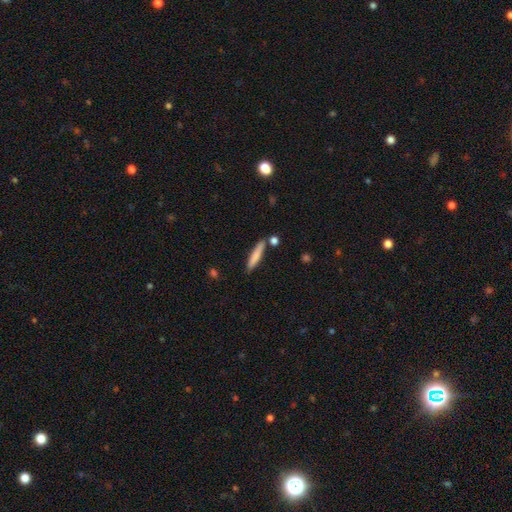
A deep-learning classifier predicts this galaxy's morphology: type=smooth (76%); roundness=cigar-shaped (91%); merging=none (80%).